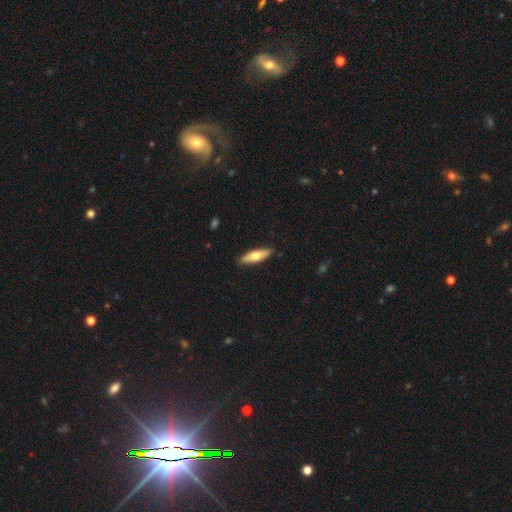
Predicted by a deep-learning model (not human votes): smooth_or_featured: smooth (p=0.53) [alt: featured or disk p=0.42]
how_rounded: cigar-shaped (p=0.63) [alt: in between p=0.35]
merging: none (p=0.88) [alt: minor disturbance p=0.09]